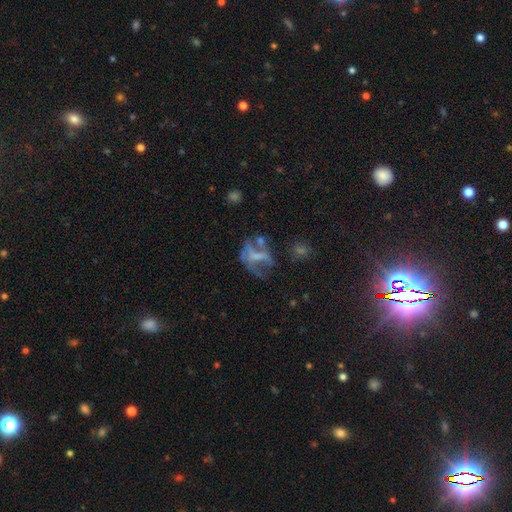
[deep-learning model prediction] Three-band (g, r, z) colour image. It shows a featured or disk galaxy (51%). Merging: major disturbance (40%).